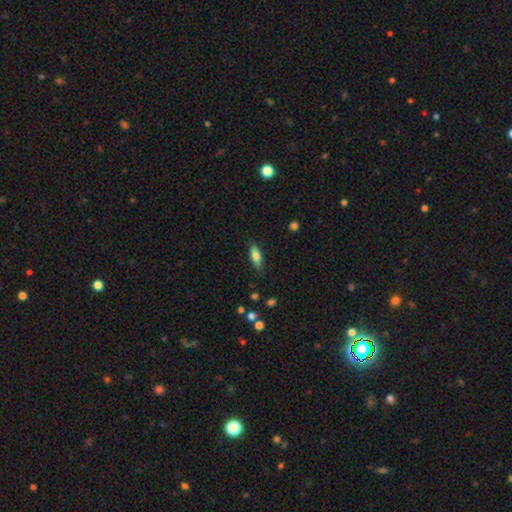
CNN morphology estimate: Q: Smooth or featured?
A: smooth (78%); runner-up: featured or disk (14%)
Q: How rounded?
A: in between (71%); runner-up: cigar-shaped (27%)
Q: Merging?
A: none (84%); runner-up: minor disturbance (12%)